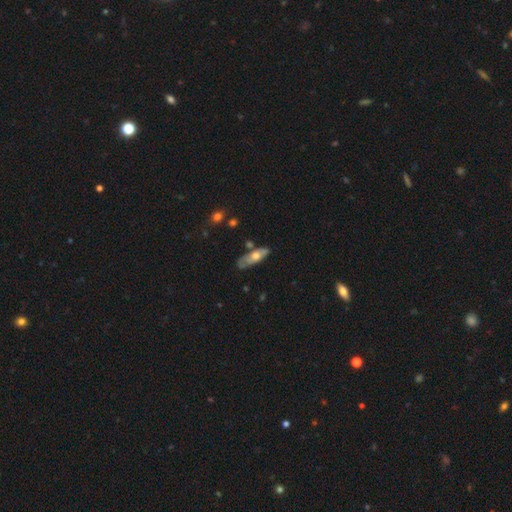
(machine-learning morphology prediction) type=smooth (56%); roundness=in between (62%); merging=none (60%).